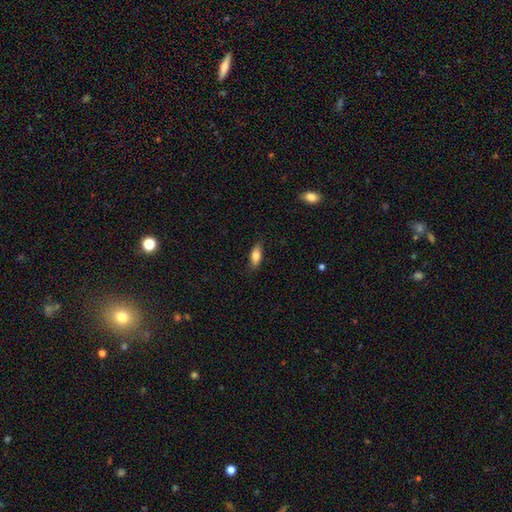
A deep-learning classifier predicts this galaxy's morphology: type=smooth (79%); roundness=in between (78%); merging=none (83%).